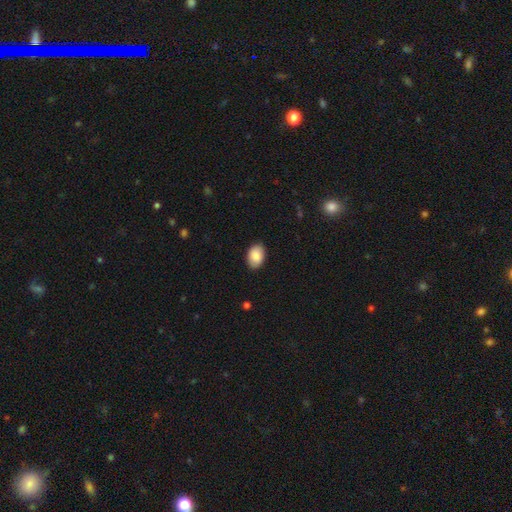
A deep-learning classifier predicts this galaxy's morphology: Overall: smooth (88%). How rounded: in between (88%). Merging: none (88%).